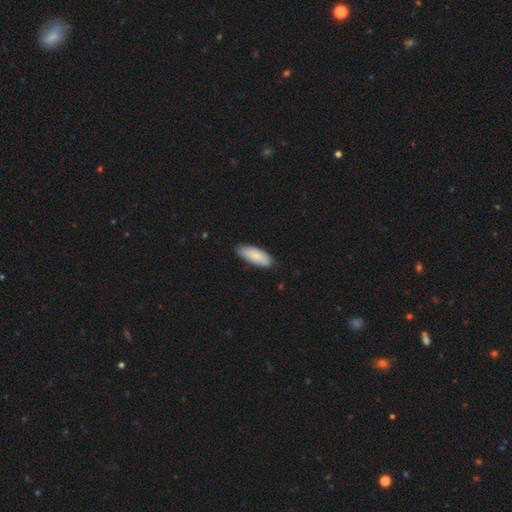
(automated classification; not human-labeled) smooth-or-featured: smooth: 83% | featured or disk: 12% | star or artifact: 5%
  how-rounded: in between: 77% | cigar-shaped: 22% | round: 2%
  merging: none: 81% | minor disturbance: 16% | major disturbance: 2% | merger: 1%